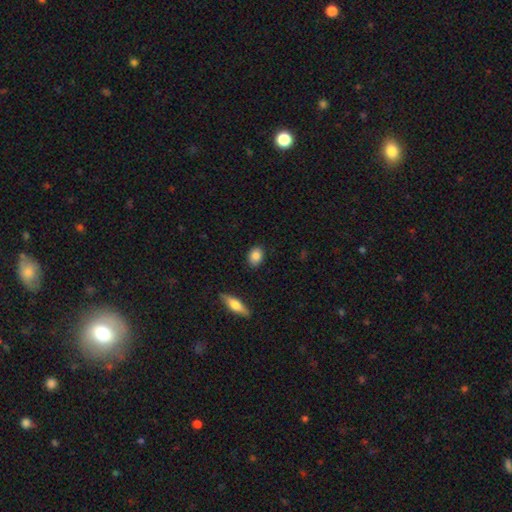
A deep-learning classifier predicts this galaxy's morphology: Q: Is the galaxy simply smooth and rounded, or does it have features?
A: smooth — 86%.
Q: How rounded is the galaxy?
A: in between — 63%.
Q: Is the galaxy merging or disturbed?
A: none — 87%.